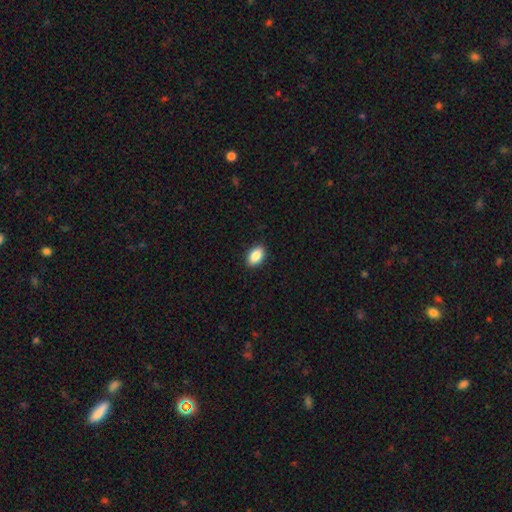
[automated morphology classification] smooth 89%, star or artifact 7%, featured or disk 4%. Down the decision tree: how rounded — in between (91%); merging — none (90%).